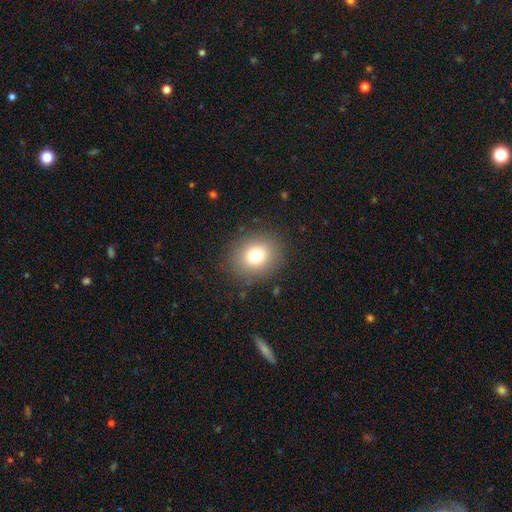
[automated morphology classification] Smooth or featured? smooth (77%)
How rounded? round (74%)
Merging? none (87%)